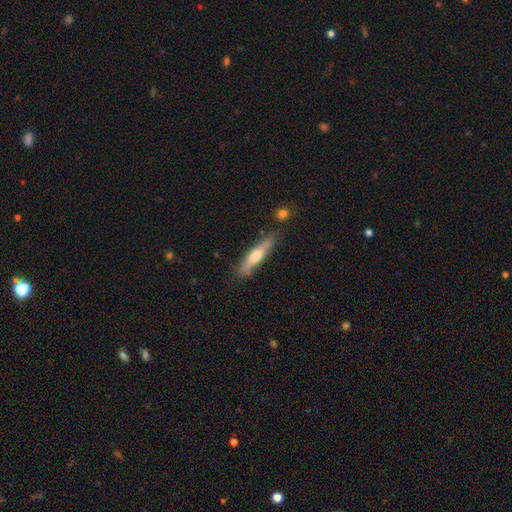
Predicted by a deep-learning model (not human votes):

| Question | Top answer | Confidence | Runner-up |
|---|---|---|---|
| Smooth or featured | featured or disk | 49% | smooth (45%) |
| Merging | none | 82% | minor disturbance (12%) |